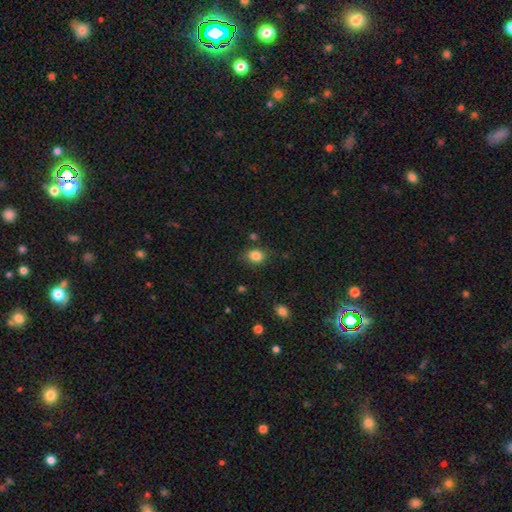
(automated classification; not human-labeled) smooth 84%, star or artifact 10%, featured or disk 6%. Down the decision tree: how rounded — in between (52%); merging — none (75%).